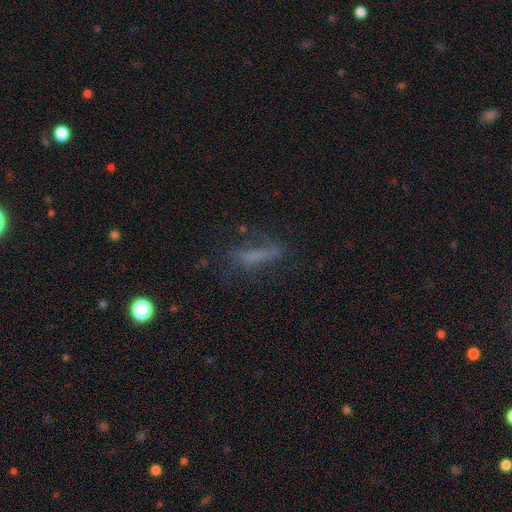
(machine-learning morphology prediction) Smooth or featured?
  - smooth: 47% *
  - featured or disk: 33%
  - star or artifact: 19%
Merging?
  - none: 56% *
  - minor disturbance: 22%
  - major disturbance: 19%
  - merger: 3%